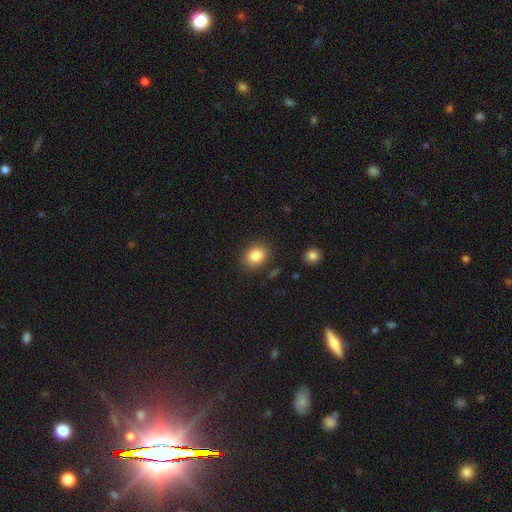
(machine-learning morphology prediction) Smooth or featured?
  - smooth: 84% *
  - star or artifact: 9%
  - featured or disk: 6%
How rounded?
  - round: 51% *
  - in between: 48%
  - cigar-shaped: 1%
Merging?
  - none: 86% *
  - minor disturbance: 9%
  - major disturbance: 3%
  - merger: 2%